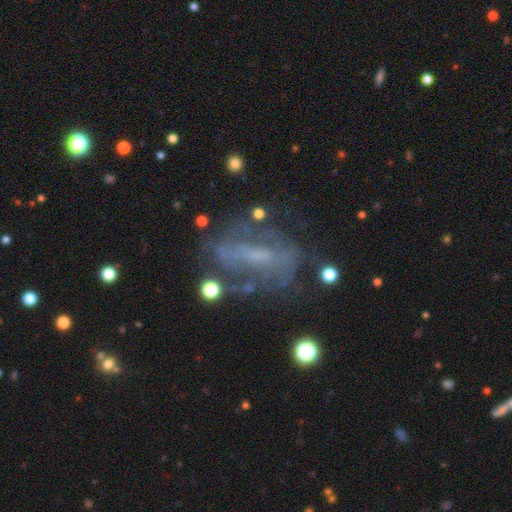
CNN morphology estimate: This is likely a featured or disk galaxy (64%). It is clearly not viewed edge-on (85%). Bar: marginally weak (37%). Spiral arm pattern: likely yes (62%). Central bulge: possibly small (46%). Merging: possibly none (59%).